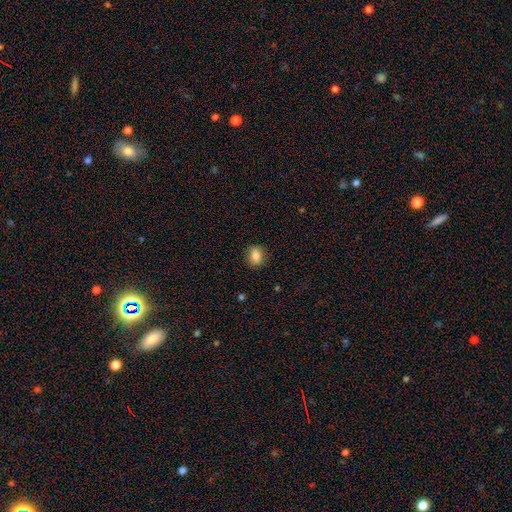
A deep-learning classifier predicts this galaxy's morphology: Smooth or featured: smooth — 84% (star or artifact — 9%)
How rounded: in between — 57% (round — 41%)
Merging: none — 86% (minor disturbance — 10%)